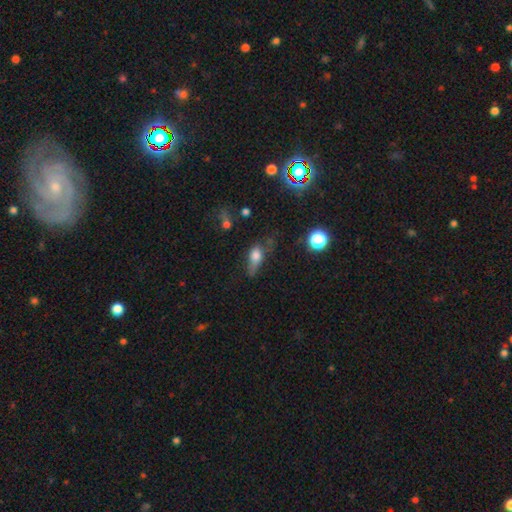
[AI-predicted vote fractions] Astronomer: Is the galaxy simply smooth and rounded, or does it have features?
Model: smooth — 67%.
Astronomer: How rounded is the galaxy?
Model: in between — 69%.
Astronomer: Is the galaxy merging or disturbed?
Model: none — 33%, tied with minor disturbance at 33%.